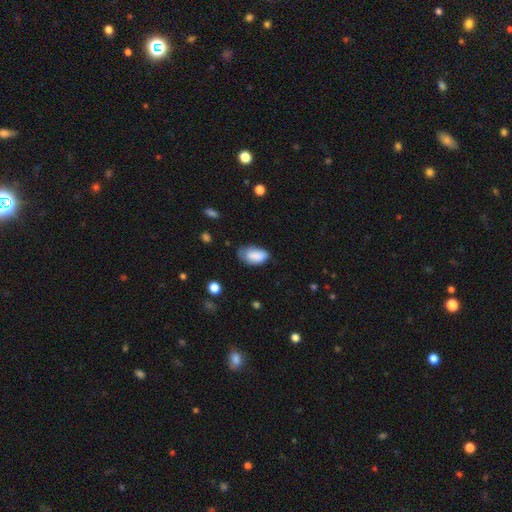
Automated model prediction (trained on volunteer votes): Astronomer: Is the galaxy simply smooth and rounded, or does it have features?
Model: smooth — 85%.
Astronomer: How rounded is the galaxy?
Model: in between — 93%.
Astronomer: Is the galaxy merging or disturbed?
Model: none — 48% (runner-up: minor disturbance, 37%).